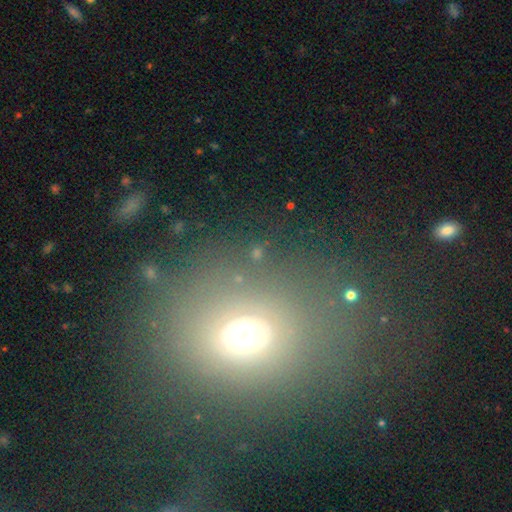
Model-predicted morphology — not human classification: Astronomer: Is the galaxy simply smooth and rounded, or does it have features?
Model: smooth — 49% (runner-up: star or artifact, 34%).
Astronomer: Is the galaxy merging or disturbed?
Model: none — 81%.